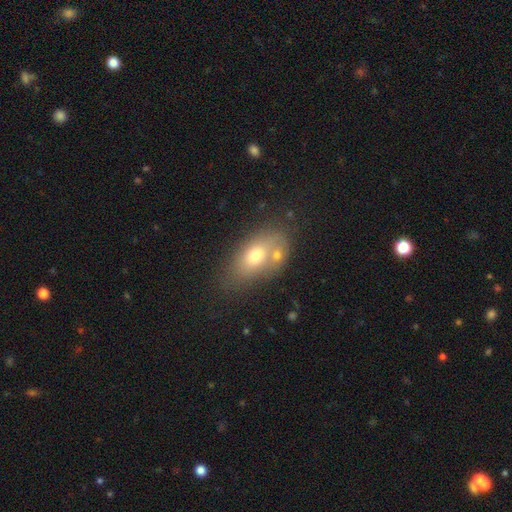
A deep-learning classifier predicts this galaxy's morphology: smooth 65%, featured or disk 24%, star or artifact 10%. Down the decision tree: how rounded — in between (85%); merging — none (50%).